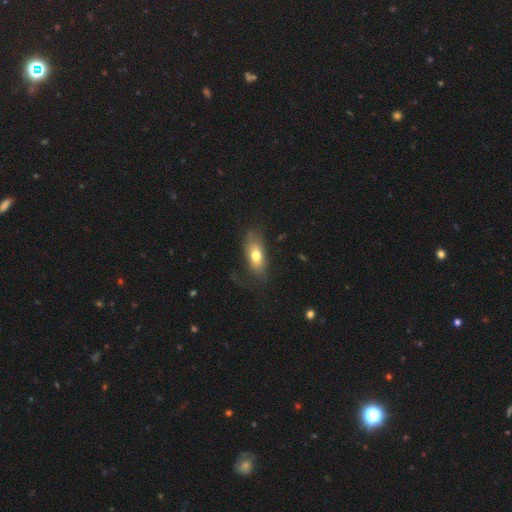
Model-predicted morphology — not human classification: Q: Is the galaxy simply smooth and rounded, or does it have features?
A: smooth — 69%.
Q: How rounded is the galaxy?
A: in between — 82%.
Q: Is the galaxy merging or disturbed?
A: none — 57%.